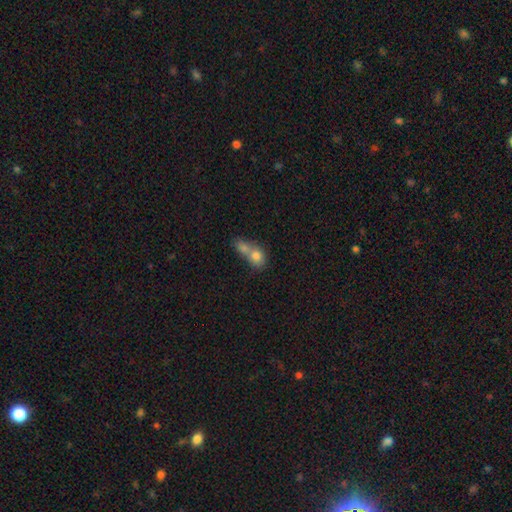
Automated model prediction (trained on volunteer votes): Smooth or featured?
  - smooth: 75% *
  - featured or disk: 16%
  - star or artifact: 9%
How rounded?
  - round: 52% *
  - in between: 45%
  - cigar-shaped: 2%
Merging?
  - merger: 71% *
  - none: 18%
  - minor disturbance: 6%
  - major disturbance: 4%